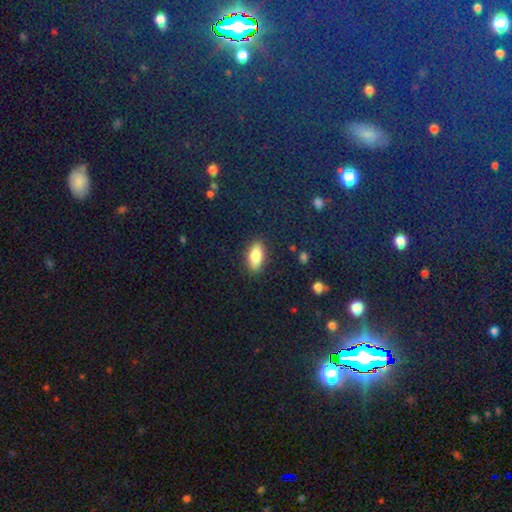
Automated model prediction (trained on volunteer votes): Overall: smooth (82%). How rounded: in between (84%). Merging: none (86%).